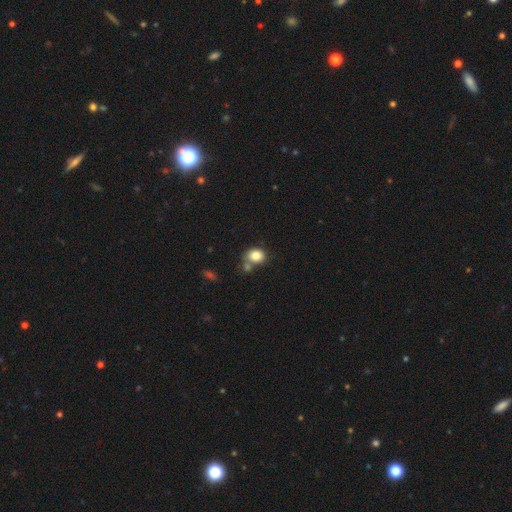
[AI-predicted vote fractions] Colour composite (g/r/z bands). It shows a smooth galaxy with no disk features (83%) that is round (53%). Merging: none (54%).